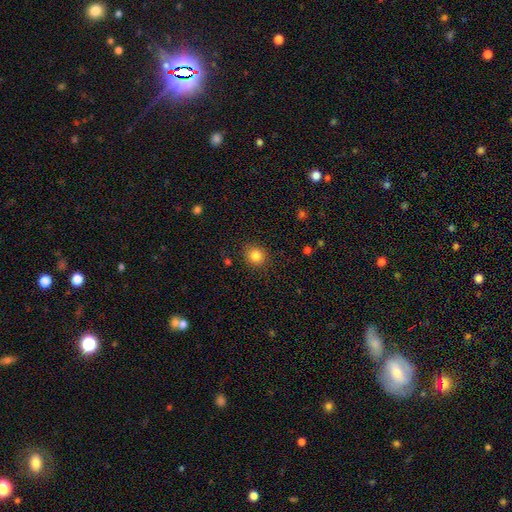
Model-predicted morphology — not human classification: smooth_or_featured: smooth (p=0.84) [alt: star or artifact p=0.11]
how_rounded: round (p=0.85) [alt: in between p=0.14]
merging: none (p=0.87) [alt: minor disturbance p=0.09]